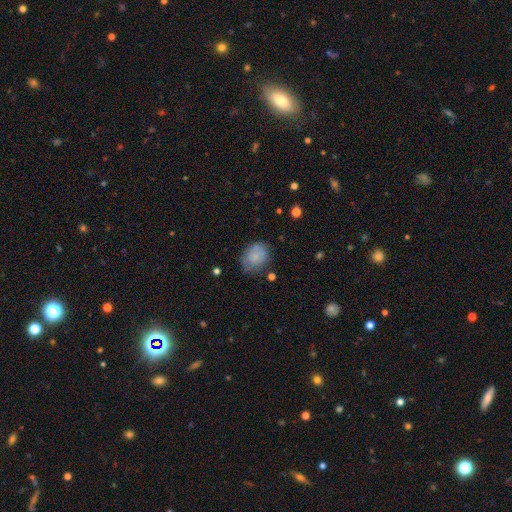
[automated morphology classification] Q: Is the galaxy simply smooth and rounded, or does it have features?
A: smooth — 73%.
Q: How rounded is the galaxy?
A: round — 50%.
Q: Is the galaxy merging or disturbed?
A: none — 61%.